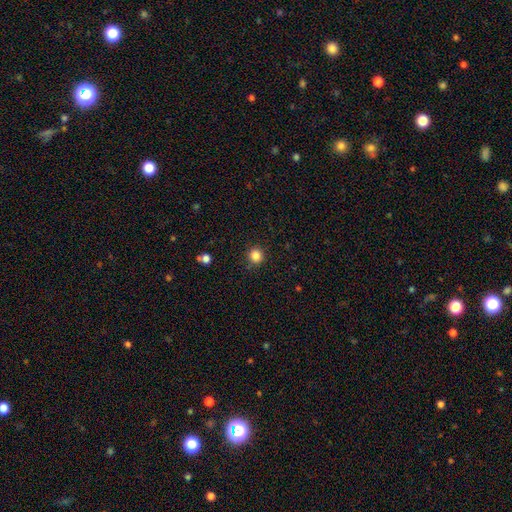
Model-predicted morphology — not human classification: smooth 84%, star or artifact 12%, featured or disk 4%. Down the decision tree: how rounded — round (92%); merging — none (86%).